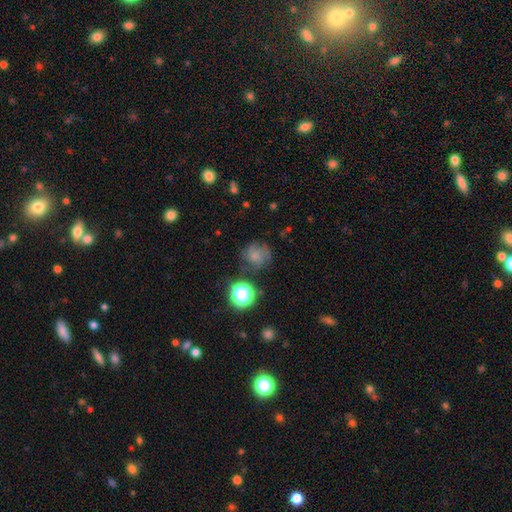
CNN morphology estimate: smooth-or-featured: smooth: 60% | featured or disk: 21% | star or artifact: 18%
  how-rounded: round: 85% | in between: 14% | cigar-shaped: 1%
  merging: none: 64% | minor disturbance: 21% | major disturbance: 12% | merger: 3%